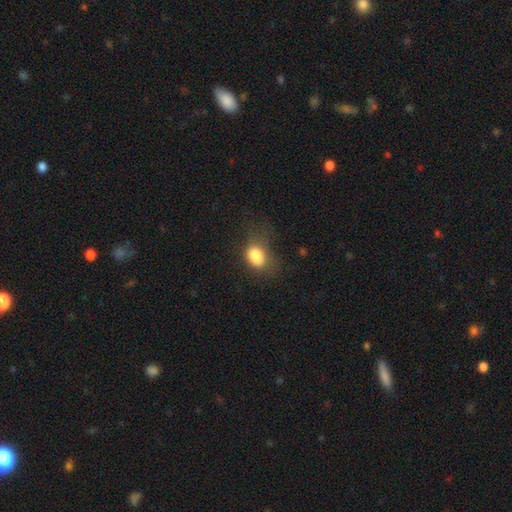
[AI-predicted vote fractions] A smooth galaxy with no disk features (82%) that is in between round and cigar-shaped (73%). Merging: none (40%).